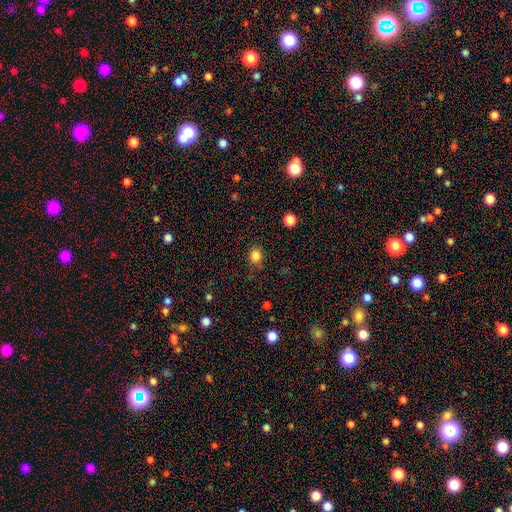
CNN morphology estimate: The model was most divided on "how rounded": round: 75%, in between: 24%, cigar-shaped: 1%. More confident: smooth or featured — smooth (83%); merging — none (80%).